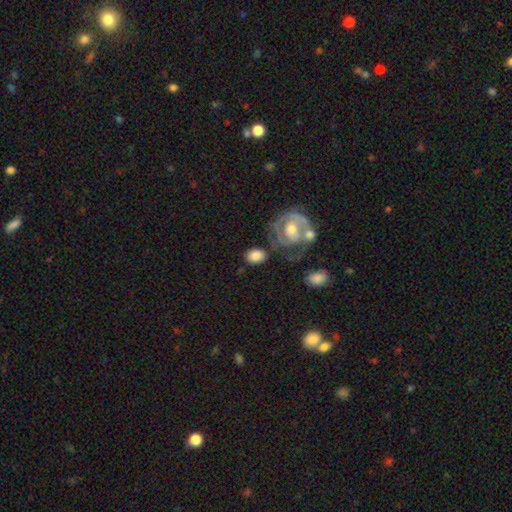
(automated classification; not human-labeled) smooth-or-featured: smooth: 73% | featured or disk: 20% | star or artifact: 6%
  how-rounded: in between: 62% | round: 37% | cigar-shaped: 1%
  merging: none: 58% | minor disturbance: 19% | merger: 12% | major disturbance: 11%